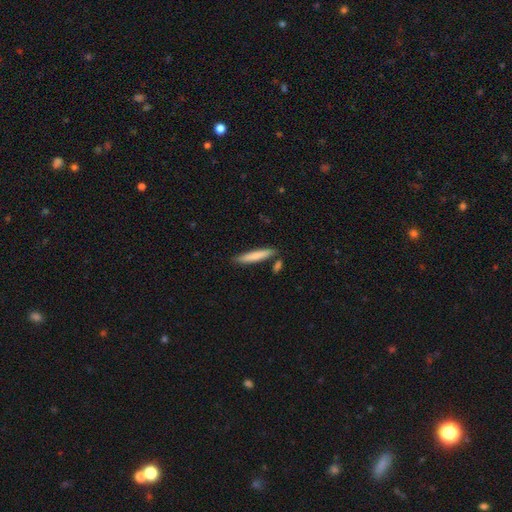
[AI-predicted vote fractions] Smooth or featured? smooth (76%)
How rounded? cigar-shaped (90%)
Merging? none (81%)